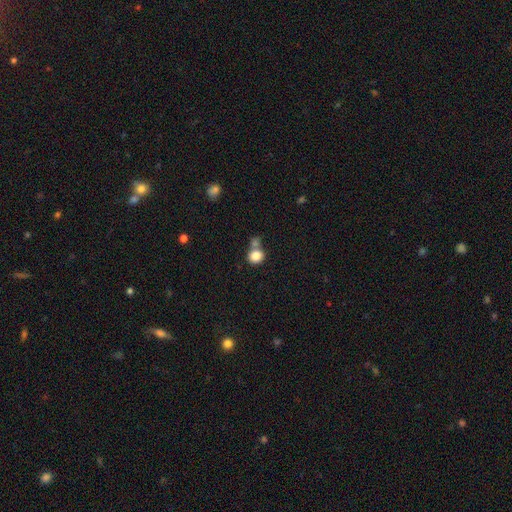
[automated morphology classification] Q: Smooth or featured?
A: smooth (84%); runner-up: star or artifact (10%)
Q: How rounded?
A: round (76%); runner-up: in between (23%)
Q: Merging?
A: none (48%); runner-up: merger (36%)